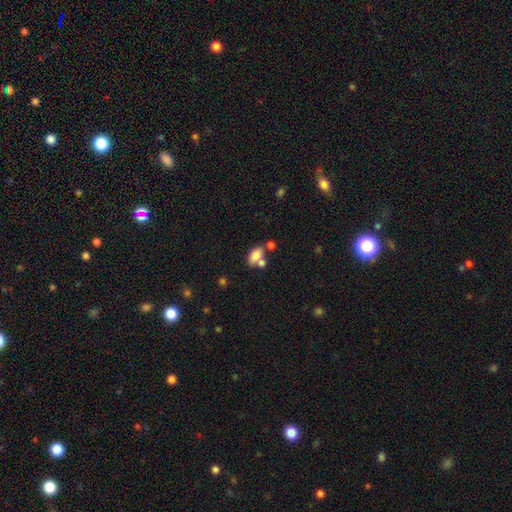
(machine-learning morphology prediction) smooth 78%, featured or disk 13%, star or artifact 9%. Down the decision tree: how rounded — in between (89%); merging — none (47%).